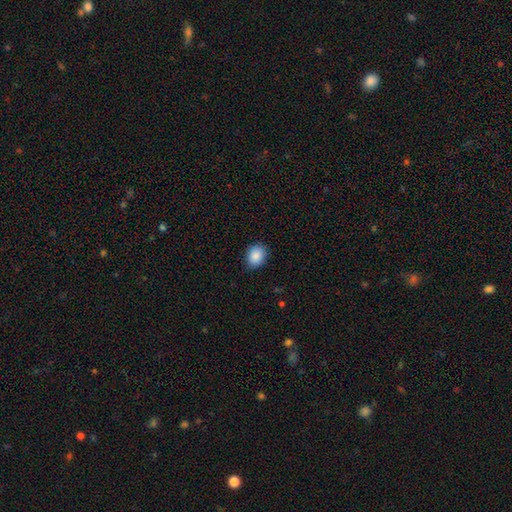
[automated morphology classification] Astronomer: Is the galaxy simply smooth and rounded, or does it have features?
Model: smooth — 88%.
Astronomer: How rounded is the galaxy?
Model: in between — 51% (runner-up: round, 48%).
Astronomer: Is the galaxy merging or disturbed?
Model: none — 86%.